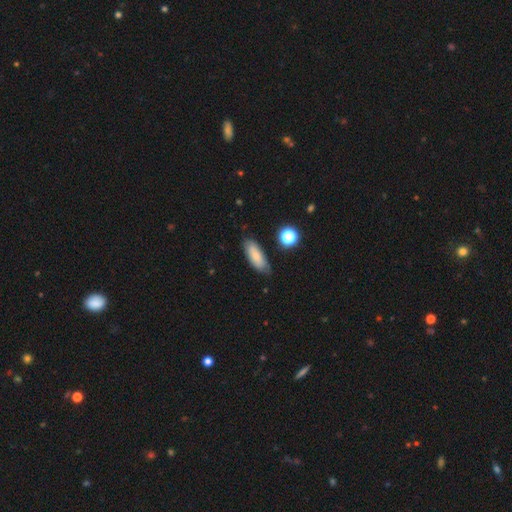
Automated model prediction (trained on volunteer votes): smooth 77%, featured or disk 15%, star or artifact 8%. Down the decision tree: how rounded — in between (72%); merging — none (75%).